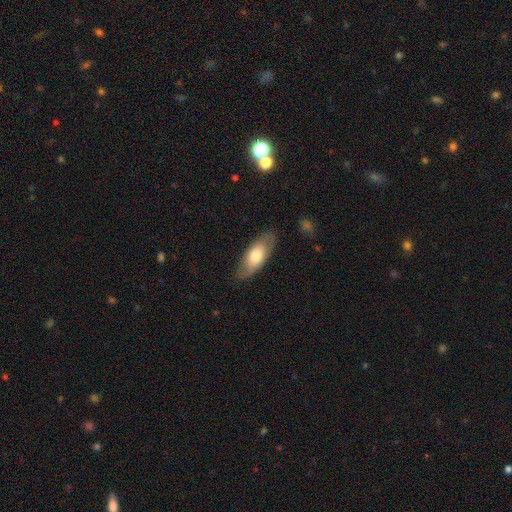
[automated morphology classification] Overall: smooth (64%; featured or disk 30%). How rounded: in between (82%). Merging: none (82%).